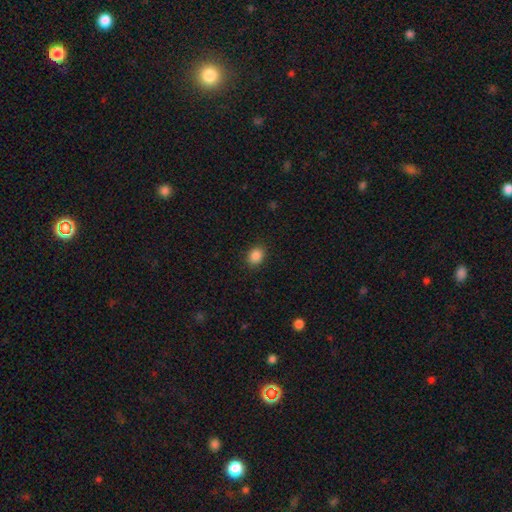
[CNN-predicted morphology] This is clearly a smooth galaxy (87%). How rounded: possibly in between (50%). Merging: clearly none (89%).